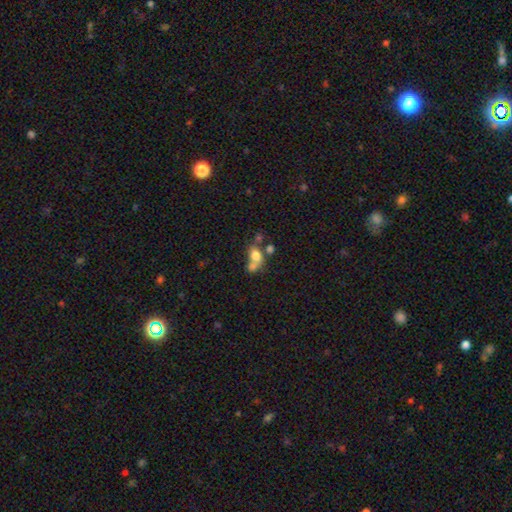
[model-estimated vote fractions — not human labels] Smooth or featured? smooth (70%)
How rounded? in between (69%)
Merging? merger (55%)